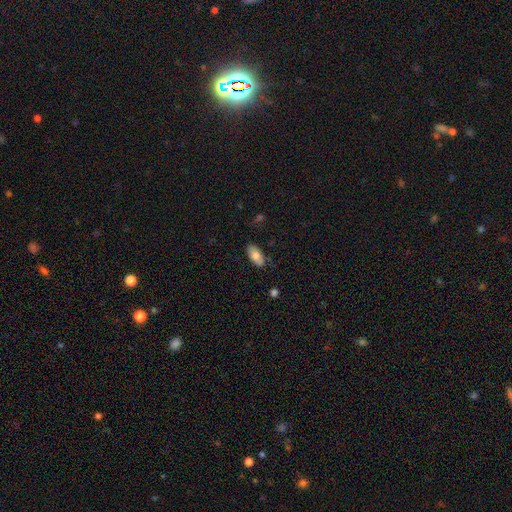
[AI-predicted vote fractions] Morphology: type=smooth (75%); roundness=in between (92%); merging=none (79%).